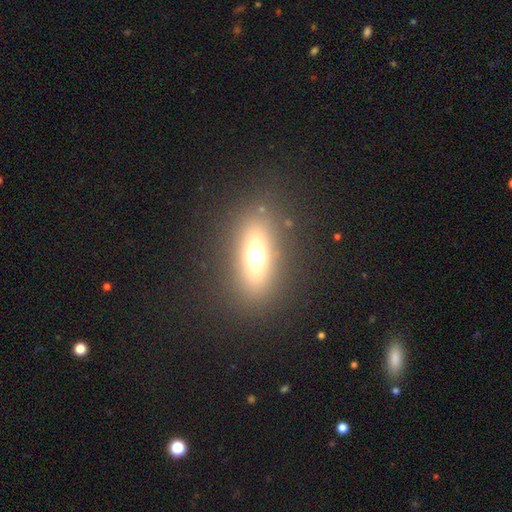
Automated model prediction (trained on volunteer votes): Q: Smooth or featured?
A: smooth (57%); runner-up: featured or disk (25%)
Q: How rounded?
A: in between (68%); runner-up: cigar-shaped (17%)
Q: Merging?
A: none (85%); runner-up: minor disturbance (8%)